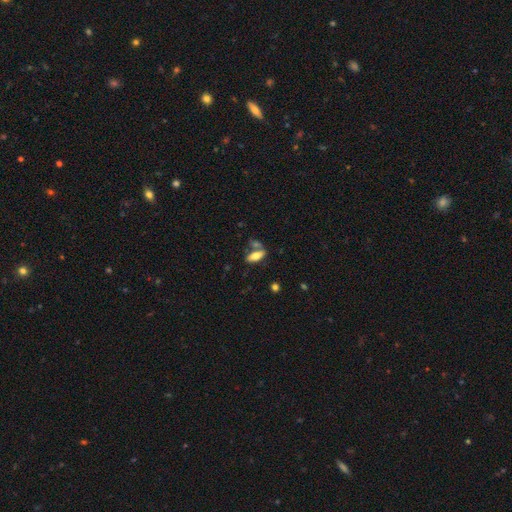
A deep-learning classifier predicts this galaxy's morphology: Smooth or featured?
  - smooth: 70% *
  - featured or disk: 21%
  - star or artifact: 8%
How rounded?
  - in between: 73% *
  - cigar-shaped: 24%
  - round: 3%
Merging?
  - none: 57% *
  - merger: 23%
  - minor disturbance: 15%
  - major disturbance: 6%